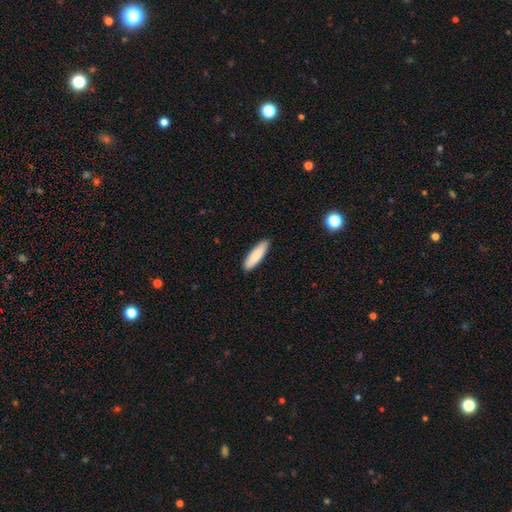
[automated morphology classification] smooth 85%, featured or disk 9%, star or artifact 6%. Down the decision tree: how rounded — cigar-shaped (62%); merging — none (90%).